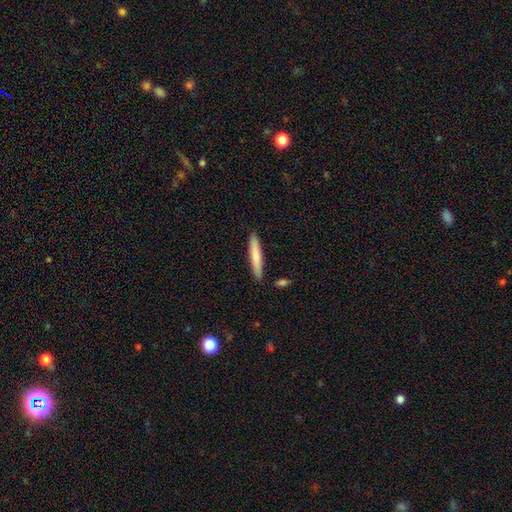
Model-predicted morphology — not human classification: Q: Smooth or featured?
A: smooth (76%); runner-up: featured or disk (19%)
Q: How rounded?
A: cigar-shaped (93%); runner-up: in between (6%)
Q: Merging?
A: none (88%); runner-up: minor disturbance (8%)